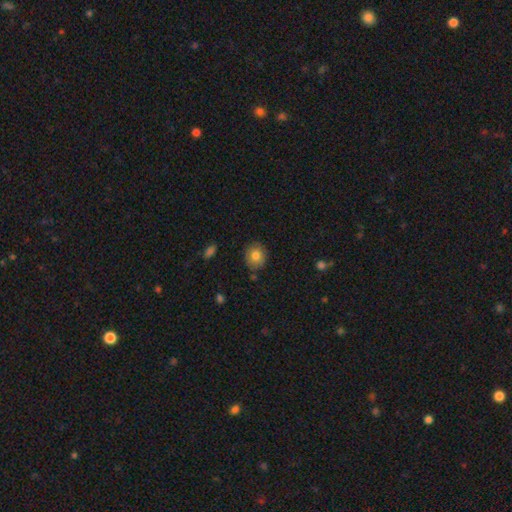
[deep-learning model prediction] Smooth or featured? Predicted: smooth (p=0.78). How rounded? Predicted: round (p=0.66). Merging? Predicted: none (p=0.82).